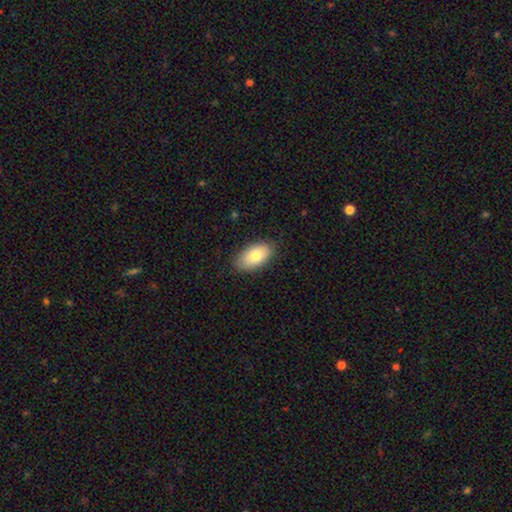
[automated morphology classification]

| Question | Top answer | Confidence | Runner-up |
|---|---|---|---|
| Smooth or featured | smooth | 78% | featured or disk (15%) |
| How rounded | in between | 94% | round (4%) |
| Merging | none | 84% | minor disturbance (13%) |